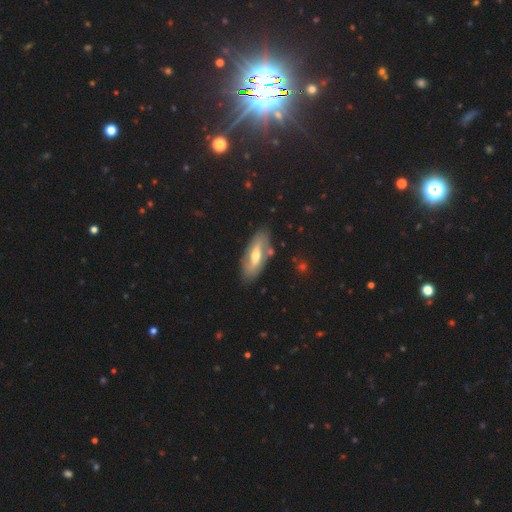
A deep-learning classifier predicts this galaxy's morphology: Smooth or featured? featured or disk (65%)
Edge-on disk? no (78%)
Bar? weak (40%)
Spiral arms? yes (65%)
Bulge size? moderate (67%)
Merging? none (80%)